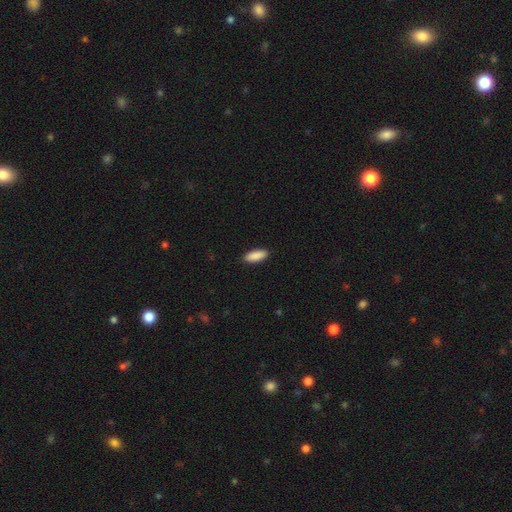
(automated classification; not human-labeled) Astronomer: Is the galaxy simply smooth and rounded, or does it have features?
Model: smooth — 90%.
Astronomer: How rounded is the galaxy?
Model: in between — 74%.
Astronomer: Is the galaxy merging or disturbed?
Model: none — 90%.